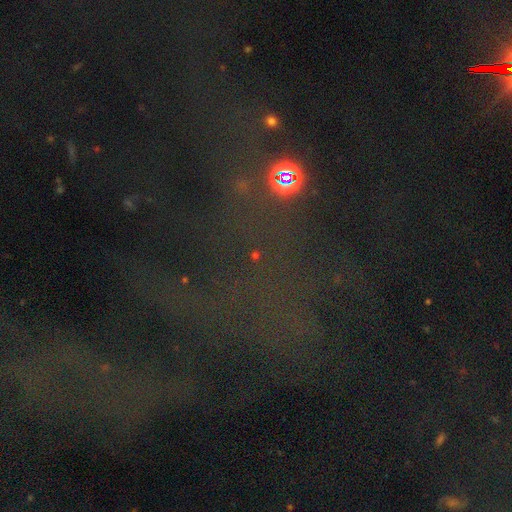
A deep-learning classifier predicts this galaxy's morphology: Smooth or featured? star or artifact (77%)